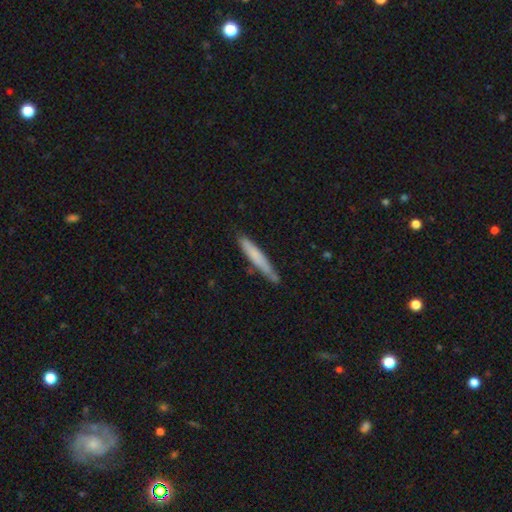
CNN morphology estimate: Overall: smooth (68%). How rounded: cigar-shaped (95%). Merging: none (75%).